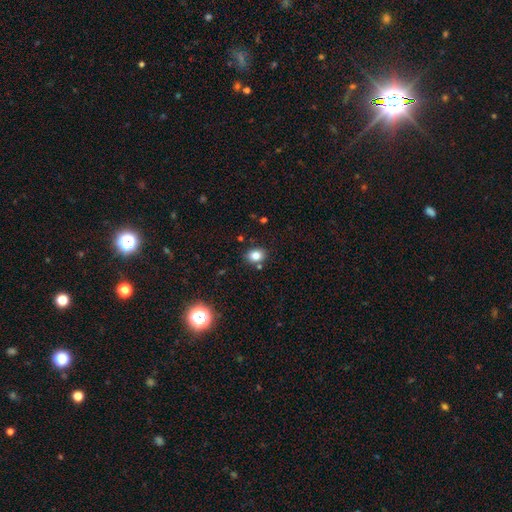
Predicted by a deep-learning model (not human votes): This is clearly a smooth galaxy (82%). How rounded: possibly in between (56%). Merging: clearly none (81%).